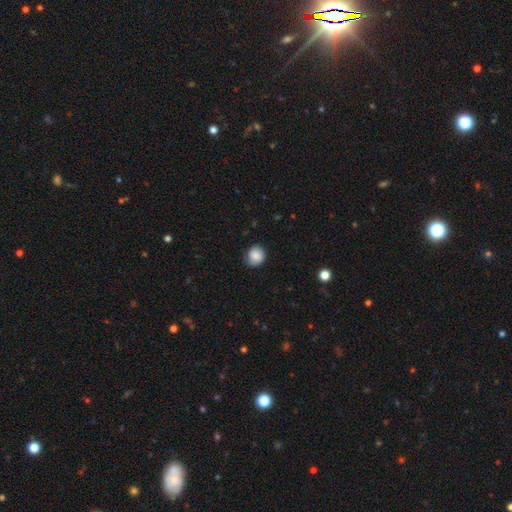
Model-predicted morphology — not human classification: Smooth or featured: smooth — 86% (star or artifact — 8%)
How rounded: round — 82% (in between — 18%)
Merging: none — 82% (minor disturbance — 14%)